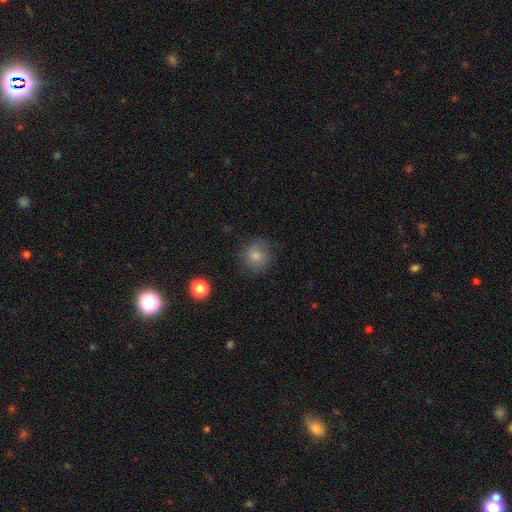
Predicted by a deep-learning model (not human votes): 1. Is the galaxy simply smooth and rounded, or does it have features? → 81% smooth, 11% star or artifact, 8% featured or disk.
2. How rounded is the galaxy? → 86% round, 13% in between, 1% cigar-shaped.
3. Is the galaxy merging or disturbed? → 78% none, 16% minor disturbance, 5% major disturbance, 1% merger.